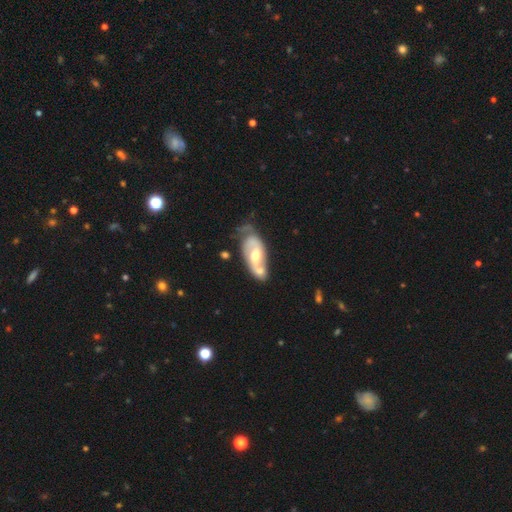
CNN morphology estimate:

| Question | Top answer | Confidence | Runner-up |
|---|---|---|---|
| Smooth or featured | featured or disk | 62% | smooth (32%) |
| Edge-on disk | no | 92% | yes (8%) |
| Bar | no | 57% | weak (31%) |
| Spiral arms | yes | 56% | no (44%) |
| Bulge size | moderate | 73% | large (14%) |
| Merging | merger | 40% | none (27%) |